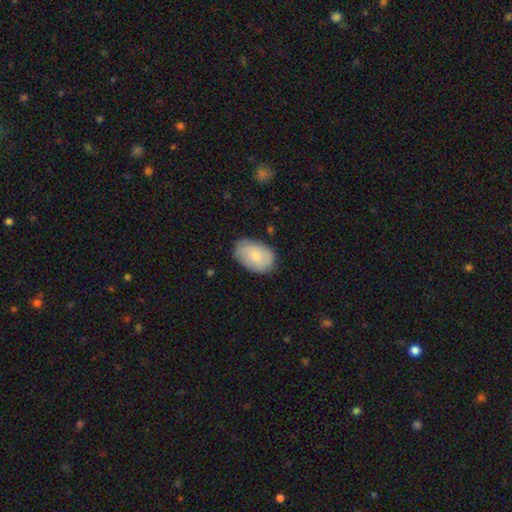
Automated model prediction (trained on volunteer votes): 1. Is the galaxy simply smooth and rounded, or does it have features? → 73% smooth, 21% featured or disk, 6% star or artifact.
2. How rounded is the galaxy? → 86% in between, 12% round, 1% cigar-shaped.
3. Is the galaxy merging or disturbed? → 75% none, 20% minor disturbance, 4% major disturbance, 1% merger.